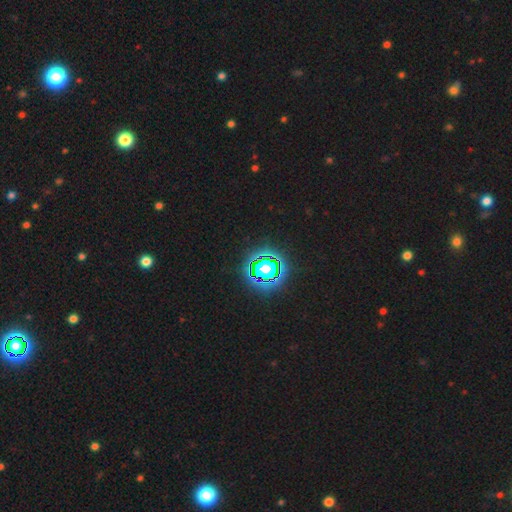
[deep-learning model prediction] Overall: star or artifact (81%).